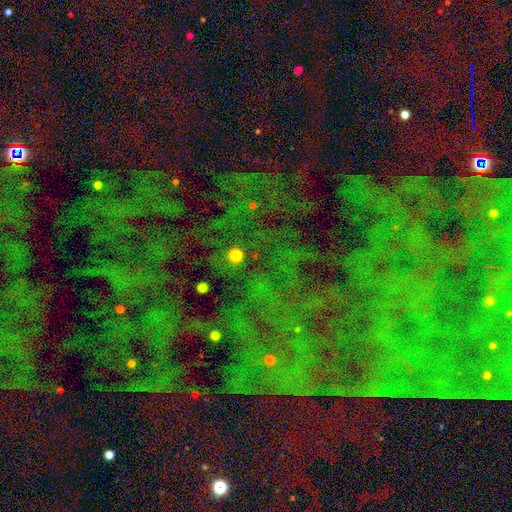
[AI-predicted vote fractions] The model was most divided on "smooth or featured": star or artifact: 83%, smooth: 9%, featured or disk: 8%.